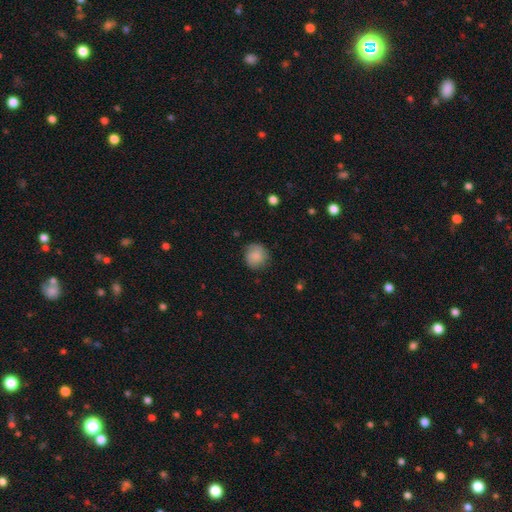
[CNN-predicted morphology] Smooth or featured: smooth — 82% (featured or disk — 10%)
How rounded: round — 87% (in between — 12%)
Merging: none — 75% (minor disturbance — 19%)